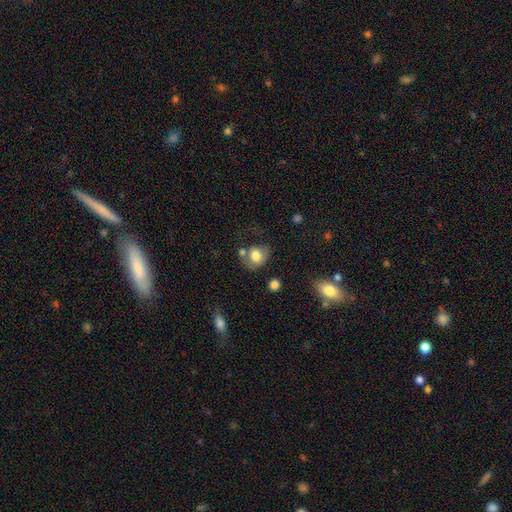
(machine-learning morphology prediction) smooth-or-featured: smooth: 73% | featured or disk: 18% | star or artifact: 8%
  how-rounded: round: 61% | in between: 38% | cigar-shaped: 1%
  merging: none: 43% | minor disturbance: 25% | major disturbance: 18% | merger: 14%